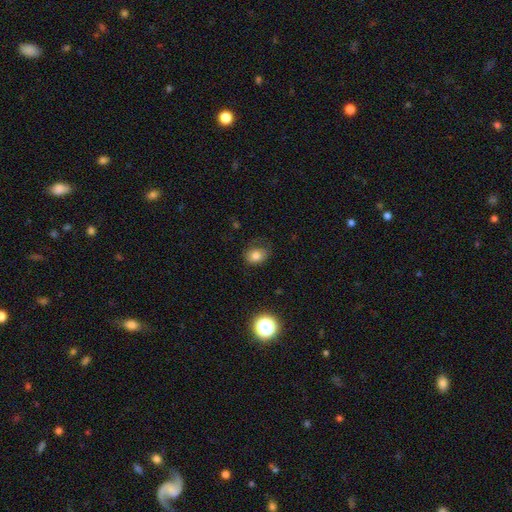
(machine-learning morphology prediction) Smooth or featured?
  - smooth: 77% *
  - star or artifact: 13%
  - featured or disk: 10%
How rounded?
  - in between: 54% *
  - round: 45%
  - cigar-shaped: 1%
Merging?
  - none: 65% *
  - minor disturbance: 24%
  - major disturbance: 10%
  - merger: 1%